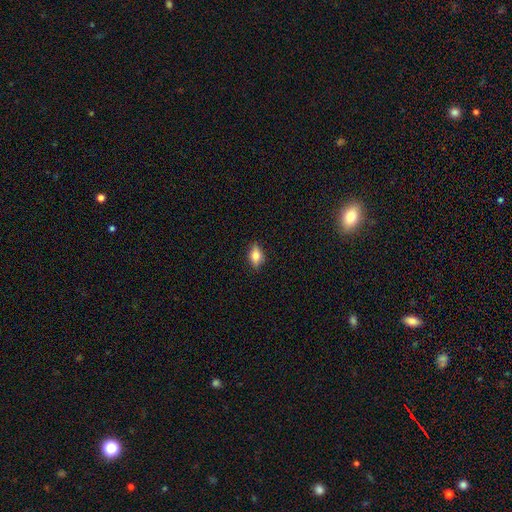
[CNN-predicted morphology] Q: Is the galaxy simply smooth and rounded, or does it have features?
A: smooth — 64%.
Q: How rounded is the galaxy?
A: in between — 77%.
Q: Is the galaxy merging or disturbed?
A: none — 84%.